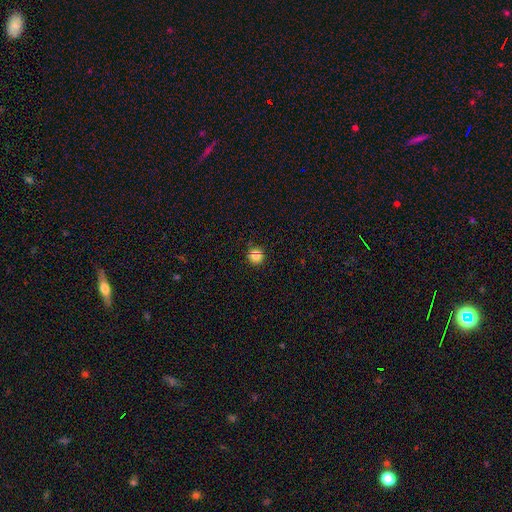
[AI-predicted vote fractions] Smooth or featured?
  - smooth: 80% *
  - star or artifact: 13%
  - featured or disk: 7%
How rounded?
  - round: 92% *
  - in between: 7%
  - cigar-shaped: 1%
Merging?
  - none: 86% *
  - minor disturbance: 10%
  - merger: 2%
  - major disturbance: 2%